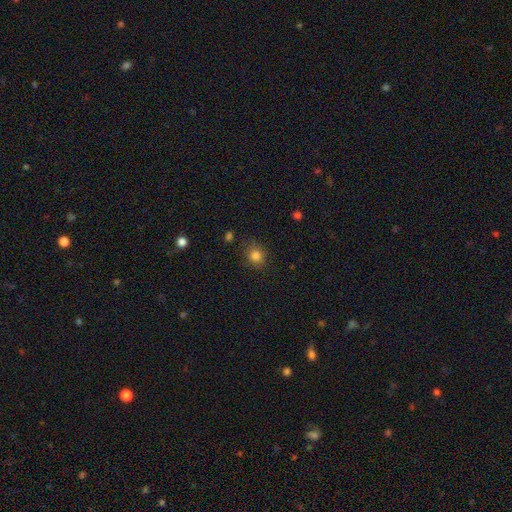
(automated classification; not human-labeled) This appears to be a smooth galaxy with no disk features (82%) that is round (78%). Merging: none (83%).